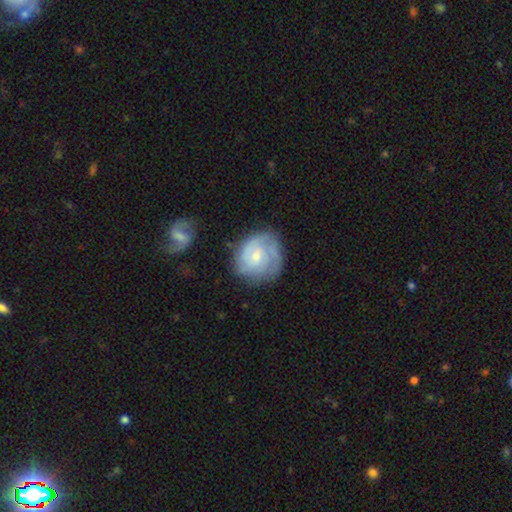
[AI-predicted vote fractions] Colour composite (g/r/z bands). It shows a featured or disk galaxy (72%) with no bar (59%), tight (64%) spiral arms (92%) and a small central bulge (58%). Merging: none (68%).